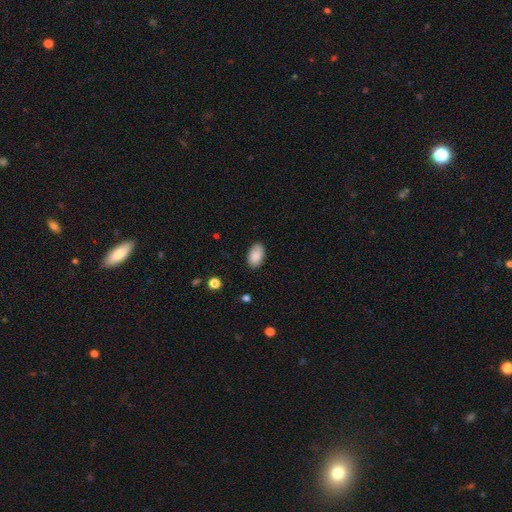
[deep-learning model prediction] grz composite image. It shows a smooth galaxy with no disk features (89%) that is in between round and cigar-shaped (93%). Merging: none (87%).